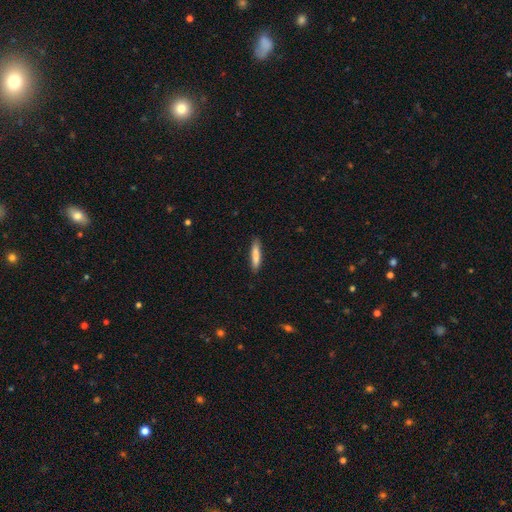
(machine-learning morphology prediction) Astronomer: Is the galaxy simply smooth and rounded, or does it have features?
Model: smooth — 83%.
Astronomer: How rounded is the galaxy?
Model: cigar-shaped — 87%.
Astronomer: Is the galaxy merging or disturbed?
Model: none — 87%.